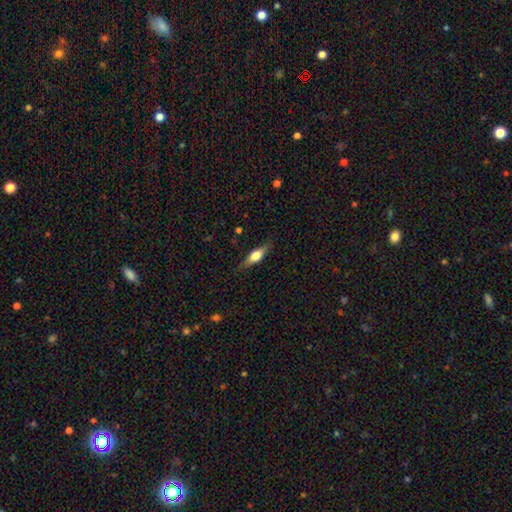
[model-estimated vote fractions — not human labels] A featured or disk galaxy (49%). Merging: none (82%).